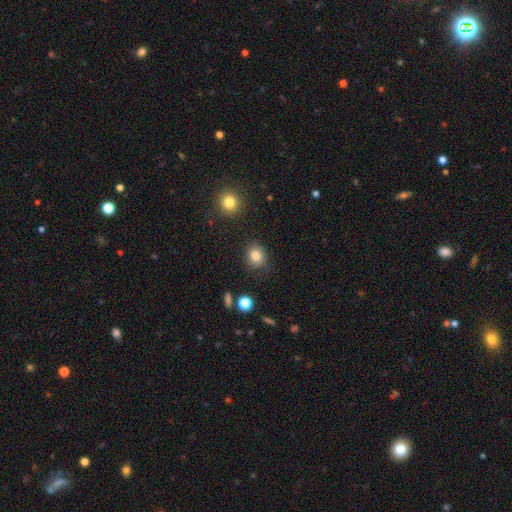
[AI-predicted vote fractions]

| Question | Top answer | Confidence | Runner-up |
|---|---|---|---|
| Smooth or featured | smooth | 84% | star or artifact (10%) |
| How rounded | round | 69% | in between (30%) |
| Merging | none | 80% | minor disturbance (14%) |